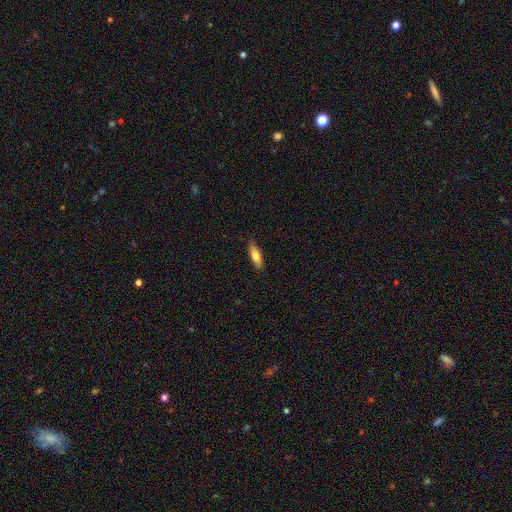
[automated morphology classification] smooth 64%, featured or disk 30%, star or artifact 6%. Down the decision tree: how rounded — cigar-shaped (57%); merging — none (86%).